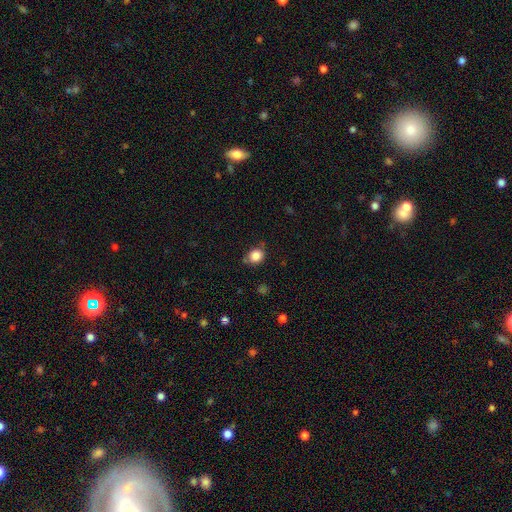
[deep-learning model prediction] A smooth galaxy with no disk features (85%) that is round (71%).

Vote fractions:
- Smooth or featured? smooth: 85% / star or artifact: 10% / featured or disk: 5%
- How rounded? round: 71% / in between: 28% / cigar-shaped: 1%
- Merging? none: 75% / minor disturbance: 17% / major disturbance: 4% / merger: 4%